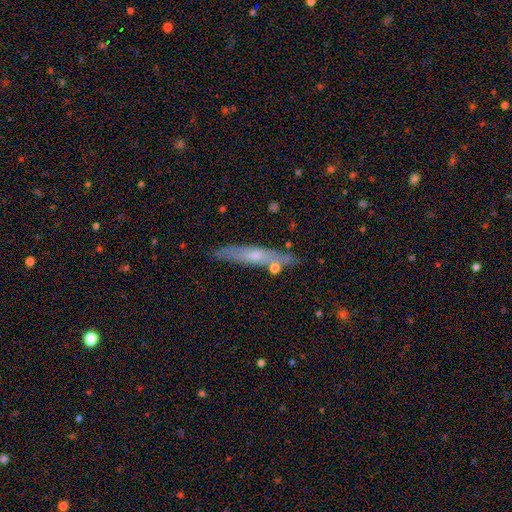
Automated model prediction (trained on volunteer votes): The model was most divided on "smooth or featured": featured or disk: 50%, smooth: 43%, star or artifact: 8%. More confident: merging — none (79%).